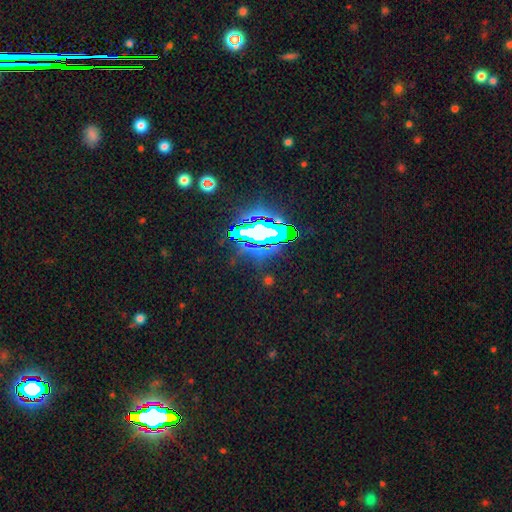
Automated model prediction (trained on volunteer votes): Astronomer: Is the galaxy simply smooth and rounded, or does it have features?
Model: star or artifact — 74%.